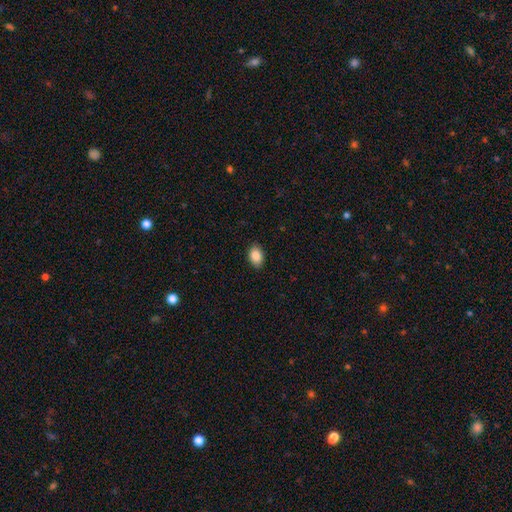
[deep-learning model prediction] This appears to be a smooth galaxy with no disk features (88%) that is in between round and cigar-shaped (83%). Merging: none (88%).